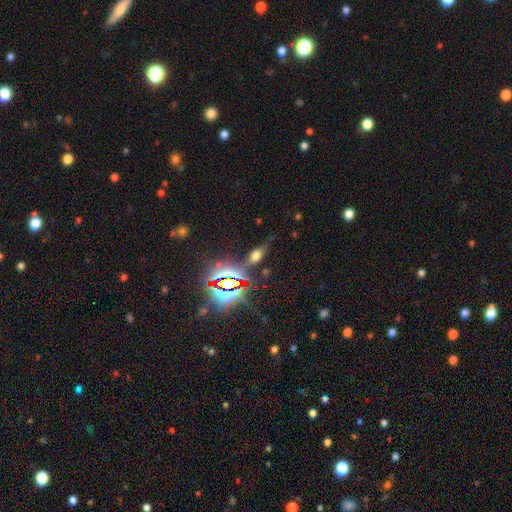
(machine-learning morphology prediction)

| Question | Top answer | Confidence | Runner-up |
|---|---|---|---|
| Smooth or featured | smooth | 40% | star or artifact (37%) |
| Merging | none | 73% | minor disturbance (15%) |